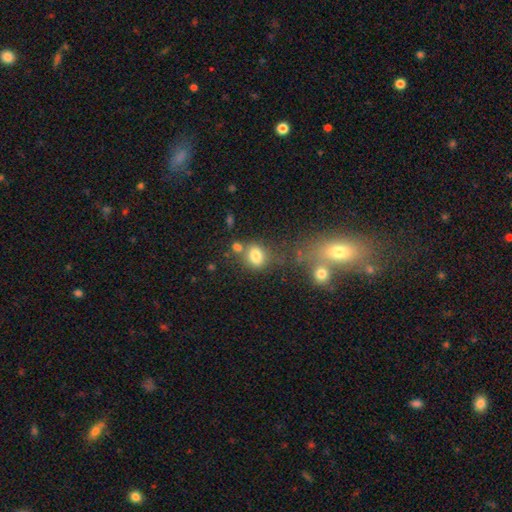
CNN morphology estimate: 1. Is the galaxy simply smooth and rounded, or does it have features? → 79% smooth, 11% star or artifact, 10% featured or disk.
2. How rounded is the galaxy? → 62% in between, 36% round, 2% cigar-shaped.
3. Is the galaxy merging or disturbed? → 55% none, 21% merger, 17% minor disturbance, 8% major disturbance.